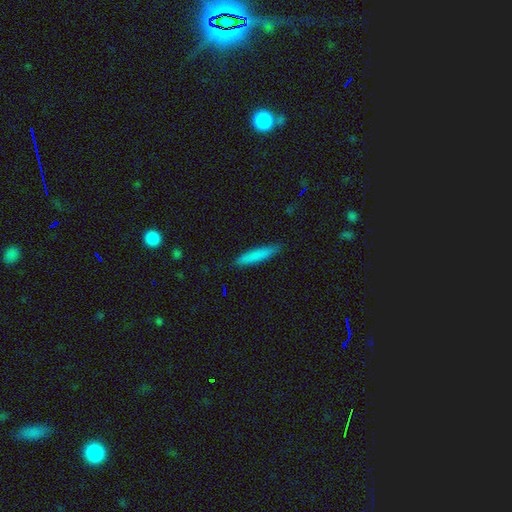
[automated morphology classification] Overall: smooth (80%). How rounded: cigar-shaped (90%). Merging: none (89%).